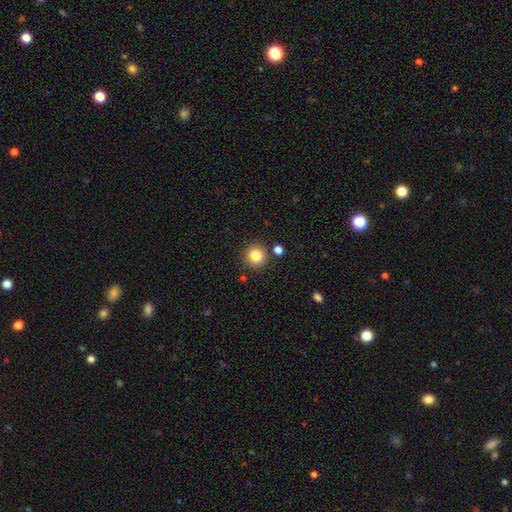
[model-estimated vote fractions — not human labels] The model was most divided on "smooth or featured": smooth: 84%, star or artifact: 11%, featured or disk: 5%. More confident: how rounded — round (94%); merging — none (86%).